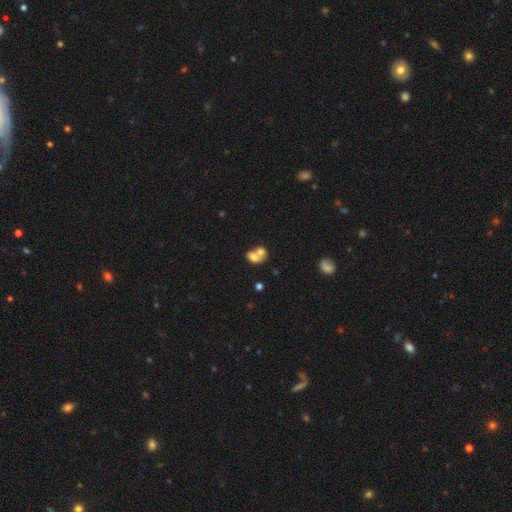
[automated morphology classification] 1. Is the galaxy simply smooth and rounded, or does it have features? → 68% smooth, 23% featured or disk, 10% star or artifact.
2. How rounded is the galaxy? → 59% in between, 40% round, 1% cigar-shaped.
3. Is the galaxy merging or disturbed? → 71% merger, 18% none, 6% minor disturbance, 5% major disturbance.